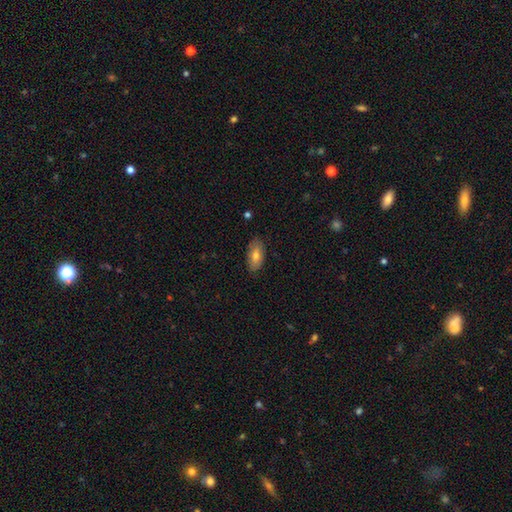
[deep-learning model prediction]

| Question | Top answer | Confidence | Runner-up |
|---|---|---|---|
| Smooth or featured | smooth | 73% | featured or disk (20%) |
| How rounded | in between | 90% | cigar-shaped (7%) |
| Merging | none | 84% | minor disturbance (12%) |